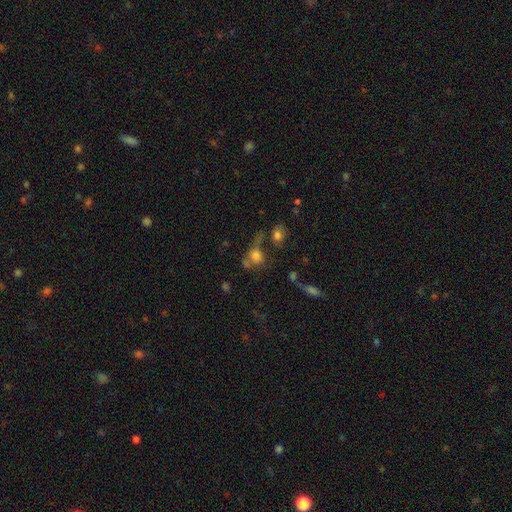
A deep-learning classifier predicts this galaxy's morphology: Smooth or featured? Predicted: smooth (p=0.70). How rounded? Predicted: round (p=0.70). Merging? Predicted: none (p=0.39).